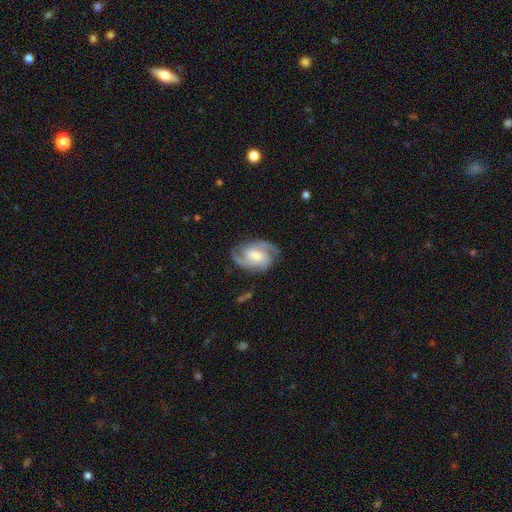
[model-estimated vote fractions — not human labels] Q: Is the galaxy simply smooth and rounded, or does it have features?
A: featured or disk — 87%.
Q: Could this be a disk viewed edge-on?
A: no — 97%.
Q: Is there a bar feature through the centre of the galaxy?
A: no — 46%.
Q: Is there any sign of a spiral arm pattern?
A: yes — 98%.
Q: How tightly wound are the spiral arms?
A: medium — 50%.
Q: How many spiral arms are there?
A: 2 — 44%.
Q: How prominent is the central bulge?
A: moderate — 48%.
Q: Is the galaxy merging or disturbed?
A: none — 77%.